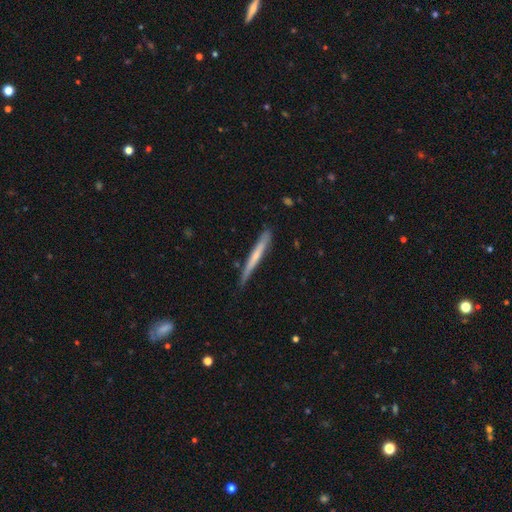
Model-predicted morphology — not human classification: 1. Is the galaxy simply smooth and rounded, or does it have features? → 51% smooth, 43% featured or disk, 5% star or artifact.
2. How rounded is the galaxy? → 97% cigar-shaped, 2% in between, 1% round.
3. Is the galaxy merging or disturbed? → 78% none, 18% minor disturbance, 2% major disturbance, 2% merger.